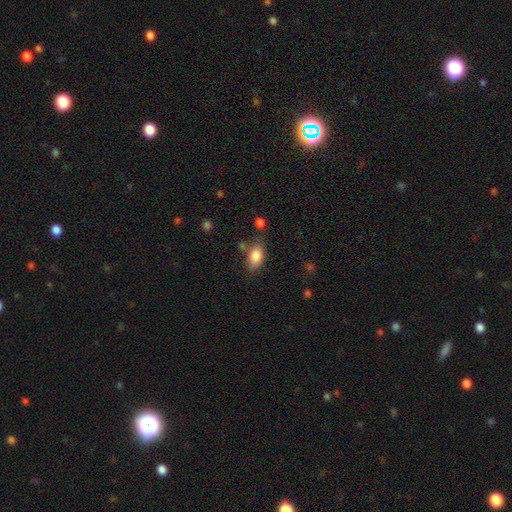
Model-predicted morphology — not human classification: smooth 86%, star or artifact 8%, featured or disk 7%. Down the decision tree: how rounded — in between (89%); merging — none (68%).